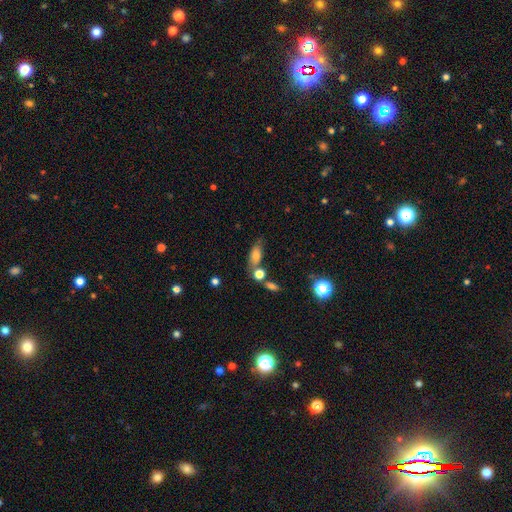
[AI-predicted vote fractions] Overall: smooth (72%). How rounded: in between (76%). Merging: none (56%; merger 20%).